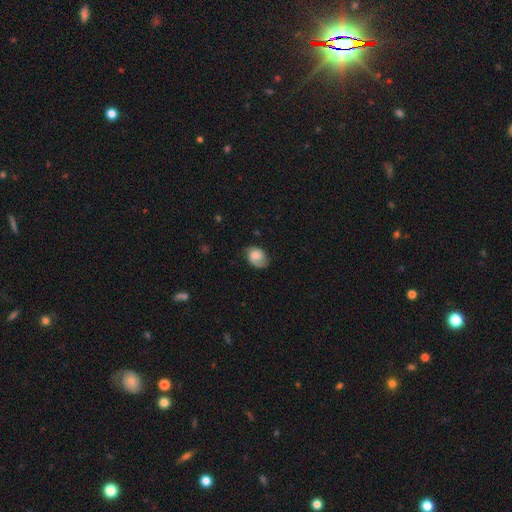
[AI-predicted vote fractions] The model was most divided on "smooth or featured": featured or disk: 47%, smooth: 46%, star or artifact: 8%. More confident: merging — none (61%).